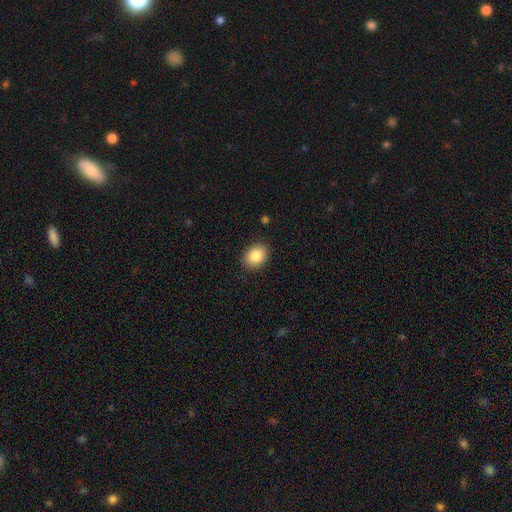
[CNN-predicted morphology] This is clearly a smooth galaxy (87%). How rounded: likely in between (65%). Merging: clearly none (89%).